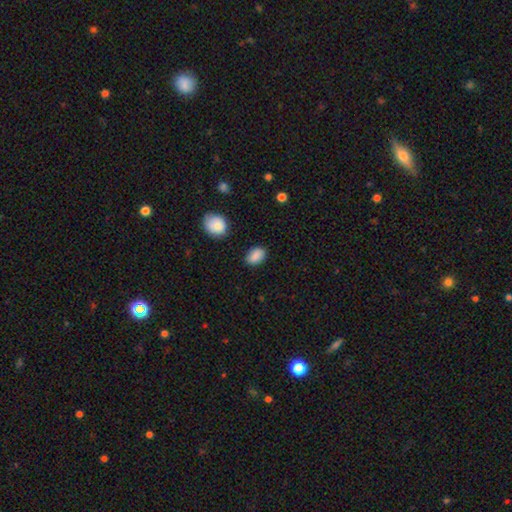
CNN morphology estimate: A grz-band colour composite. It shows a smooth galaxy with no disk features (86%) that is in between round and cigar-shaped (85%). Merging: none (82%).